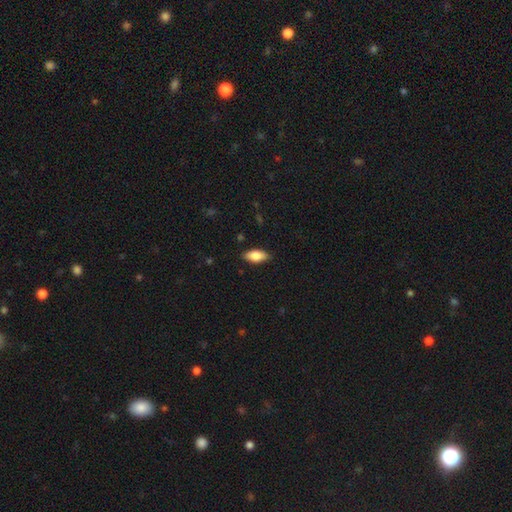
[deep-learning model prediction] smooth_or_featured: smooth (p=0.81) [alt: featured or disk p=0.12]
how_rounded: in between (p=0.88) [alt: cigar-shaped p=0.10]
merging: none (p=0.87) [alt: minor disturbance p=0.10]